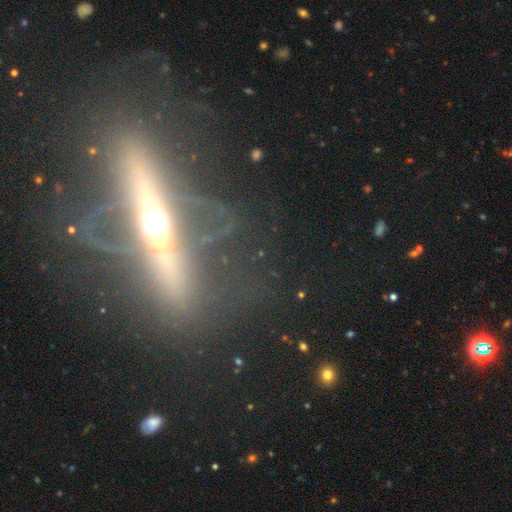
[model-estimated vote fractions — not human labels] A featured or disk galaxy (77%) viewed edge-on (87%) with a rounded central bulge (93%).

Vote fractions:
- Smooth or featured? featured or disk: 77% / smooth: 13% / star or artifact: 11%
- Edge-on disk? yes: 87% / no: 13%
- Edge-on bulge? rounded: 93% / boxy: 4% / none: 4%
- Merging? none: 71% / minor disturbance: 13% / major disturbance: 13% / merger: 3%